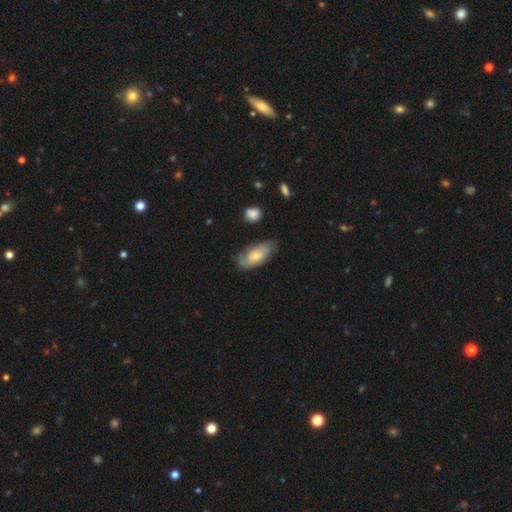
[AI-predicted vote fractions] A featured or disk galaxy (55%) with no bar (69%), spiral arms (87%) and a small central bulge (47%). Merging: none (65%).